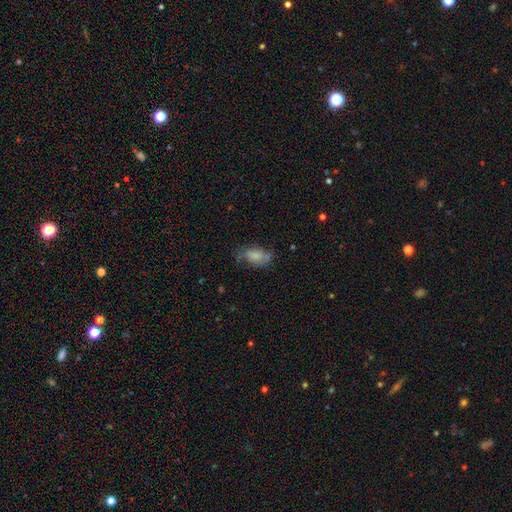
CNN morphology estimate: A smooth galaxy with no disk features (69%) that is in between round and cigar-shaped (89%). Merging: none (52%).